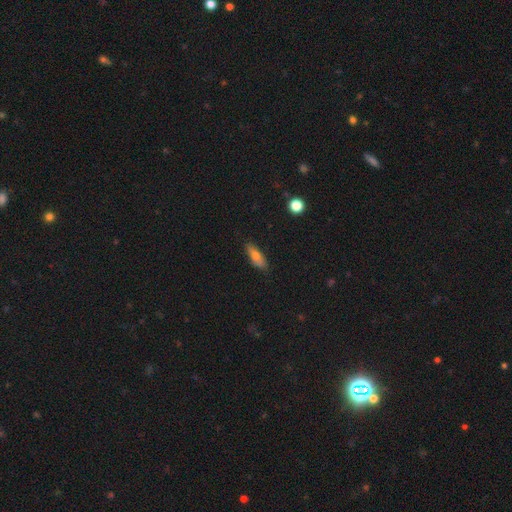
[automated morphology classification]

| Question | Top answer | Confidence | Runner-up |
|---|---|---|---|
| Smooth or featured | smooth | 72% | featured or disk (20%) |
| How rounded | in between | 57% | cigar-shaped (40%) |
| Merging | none | 83% | minor disturbance (13%) |